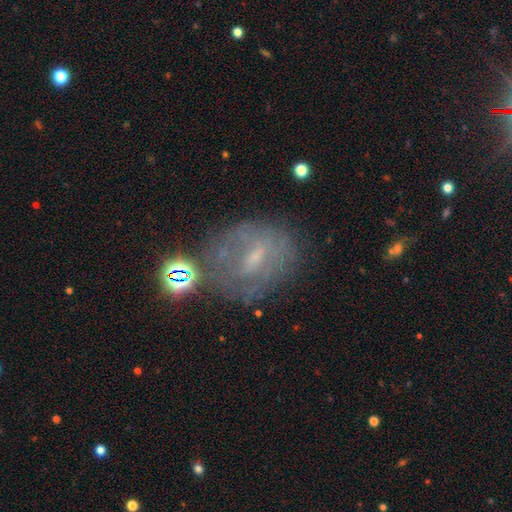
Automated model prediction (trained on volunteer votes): Smooth or featured? Predicted: featured or disk (p=0.57). Edge-on disk? Predicted: no (p=0.94). Bar? Predicted: weak (p=0.53). Spiral arms? Predicted: yes (p=0.53). Bulge size? Predicted: small (p=0.57). Merging? Predicted: none (p=0.58).